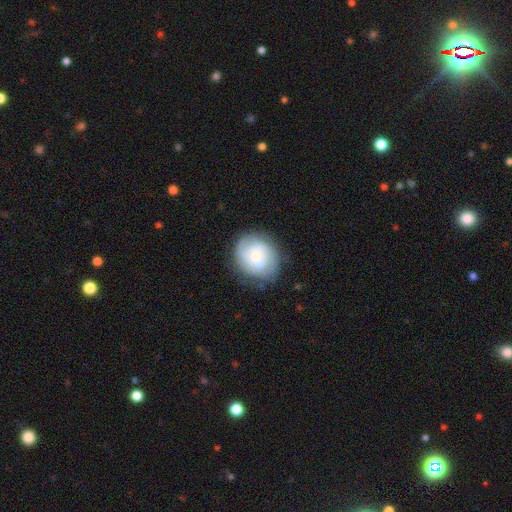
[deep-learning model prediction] featured or disk 55%, smooth 37%, star or artifact 8%. Down the decision tree: edge-on disk — no (98%); bar — no (59%); spiral arms — yes (90%); bulge size — small (50%); merging — none (79%).